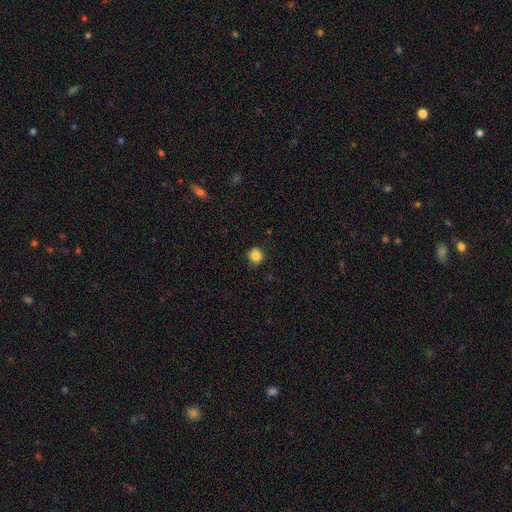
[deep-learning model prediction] This appears to be a smooth galaxy with no disk features (85%) that is round (85%). Merging: none (79%).